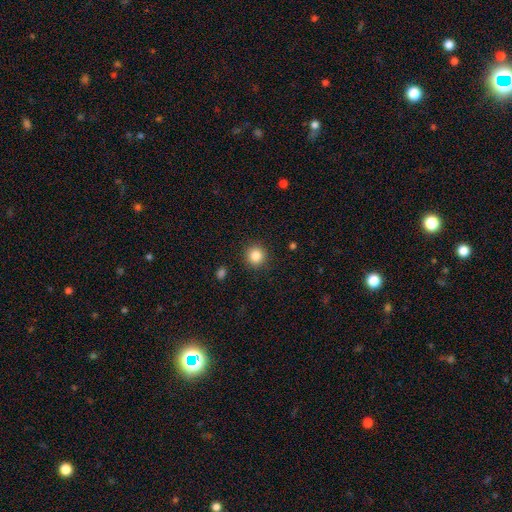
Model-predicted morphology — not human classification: smooth-or-featured: smooth: 86% | star or artifact: 10% | featured or disk: 4%
  how-rounded: round: 93% | in between: 6% | cigar-shaped: 1%
  merging: none: 91% | minor disturbance: 6% | major disturbance: 2% | merger: 1%